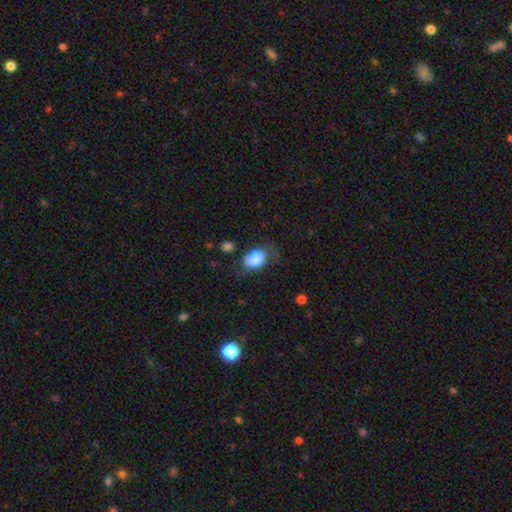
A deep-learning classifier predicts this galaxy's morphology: smooth-or-featured: smooth: 77% | featured or disk: 15% | star or artifact: 8%
  how-rounded: in between: 75% | round: 23% | cigar-shaped: 1%
  merging: minor disturbance: 33% (tied) | none: 33% (tied) | major disturbance: 25% | merger: 9%